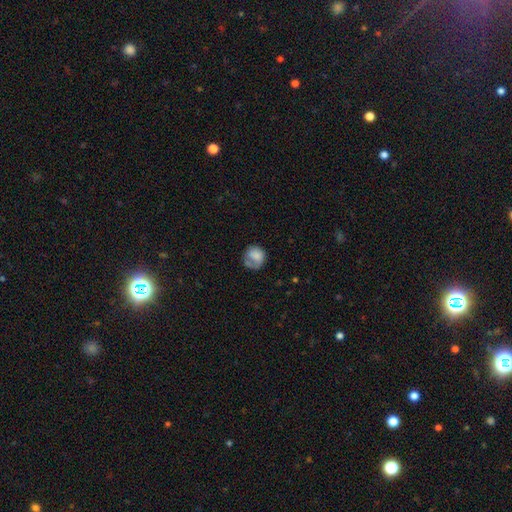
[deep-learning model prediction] Smooth or featured? Predicted: smooth (p=0.70). How rounded? Predicted: round (p=0.75). Merging? Predicted: none (p=0.46).